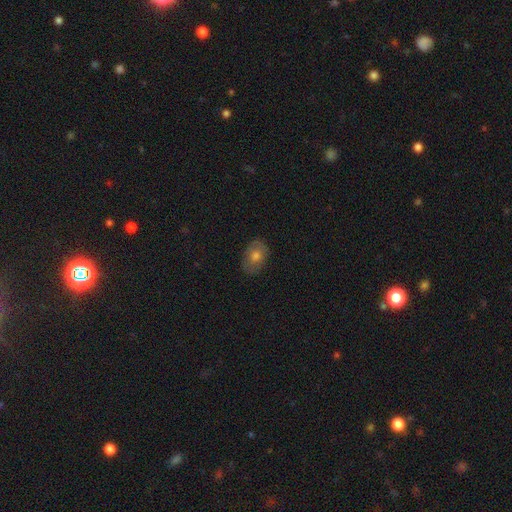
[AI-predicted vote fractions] smooth_or_featured: smooth (p=0.70) [alt: featured or disk p=0.21]
how_rounded: in between (p=0.82) [alt: round p=0.16]
merging: none (p=0.81) [alt: minor disturbance p=0.15]